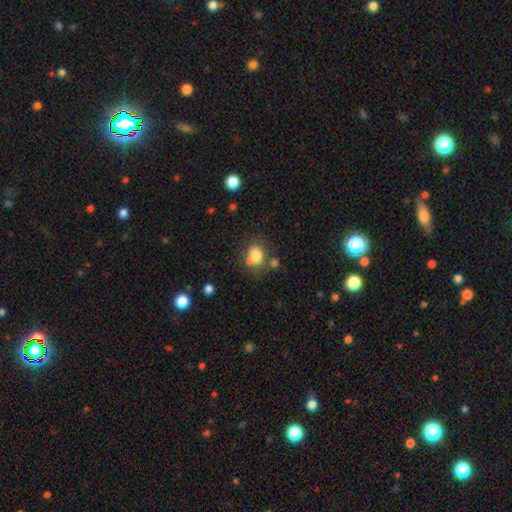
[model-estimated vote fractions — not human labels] Morphology: type=smooth (79%); roundness=round (58%); merging=none (58%).